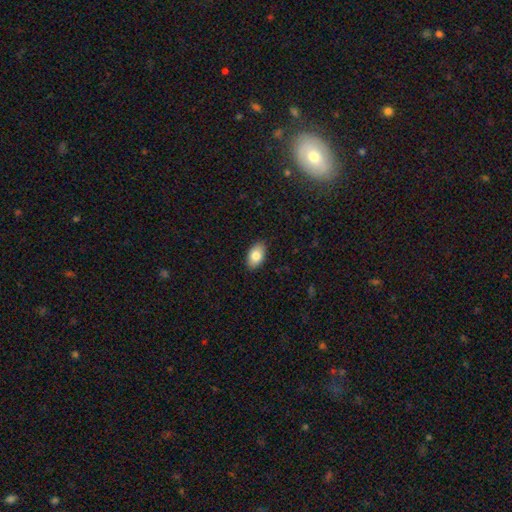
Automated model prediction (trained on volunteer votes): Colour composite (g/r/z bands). It shows a smooth galaxy with no disk features (82%) that is in between round and cigar-shaped (93%). Merging: none (88%).